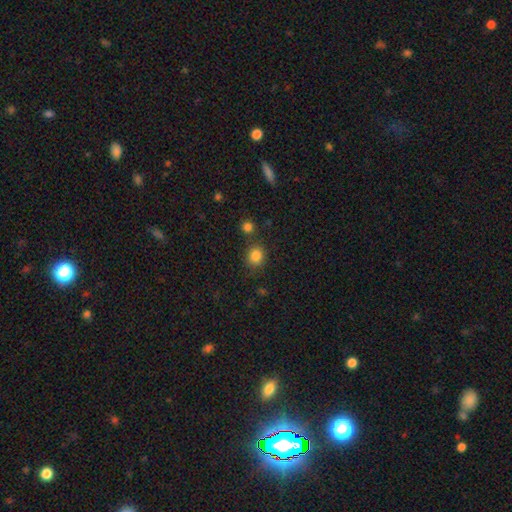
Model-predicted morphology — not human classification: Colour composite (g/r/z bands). It shows a smooth galaxy with no disk features (83%) that is round (82%). Merging: none (78%).